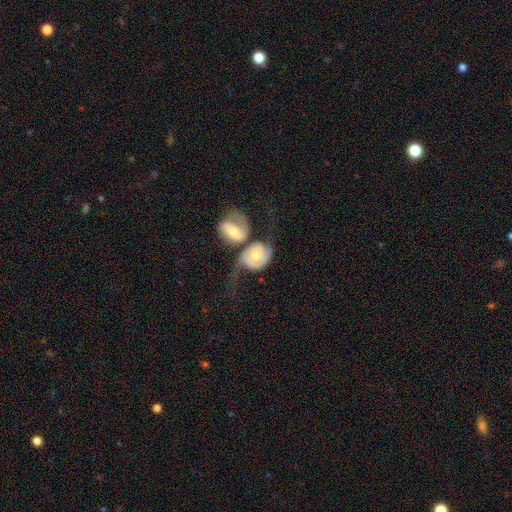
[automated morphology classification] Smooth or featured: featured or disk — 61% (smooth — 34%)
Edge-on disk: no — 95% (yes — 5%)
Bar: no — 69% (weak — 23%)
Spiral arms: yes — 73% (no — 27%)
Bulge size: moderate — 67% (small — 23%)
Merging: merger — 59% (none — 16%)